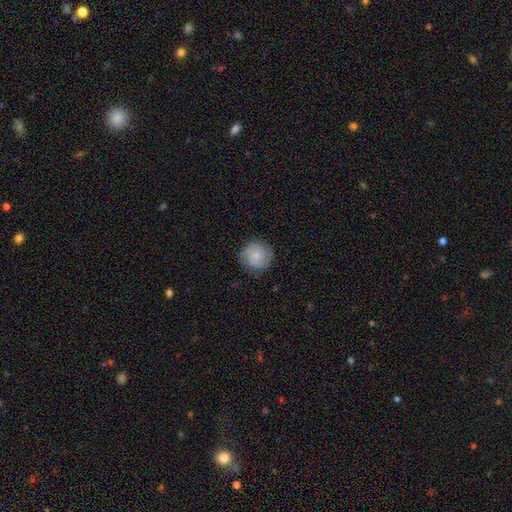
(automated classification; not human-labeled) Smooth or featured: smooth — 54% (featured or disk — 39%)
How rounded: round — 91% (in between — 8%)
Merging: none — 80% (minor disturbance — 15%)